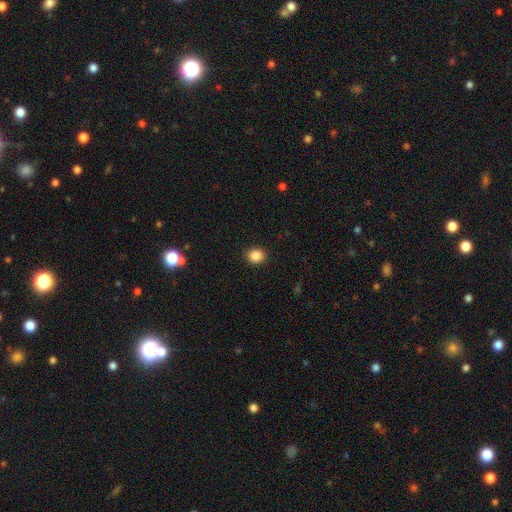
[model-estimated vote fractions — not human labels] Q: Smooth or featured?
A: smooth (87%); runner-up: star or artifact (11%)
Q: How rounded?
A: round (75%); runner-up: in between (24%)
Q: Merging?
A: none (91%); runner-up: minor disturbance (6%)